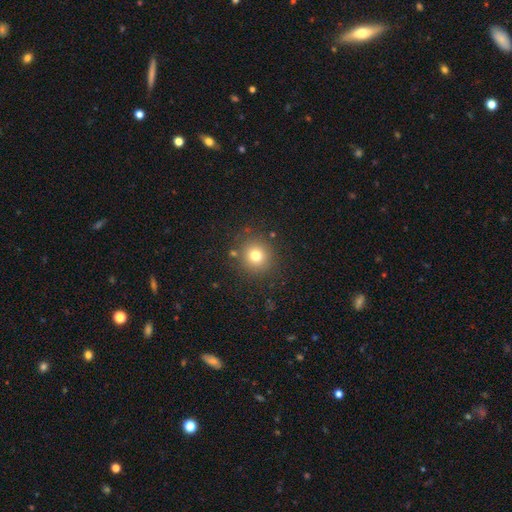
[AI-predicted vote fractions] Morphology: type=smooth (76%); roundness=round (93%); merging=none (86%).